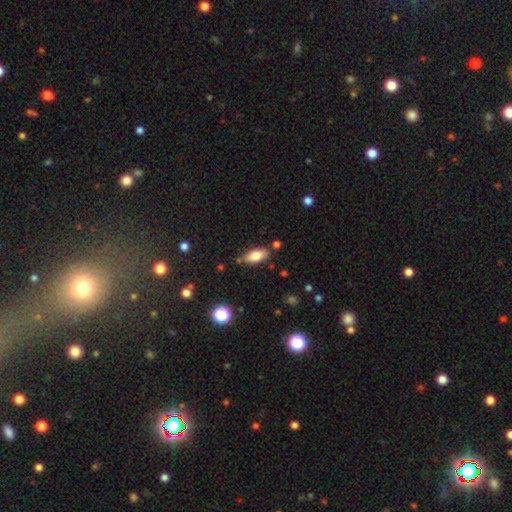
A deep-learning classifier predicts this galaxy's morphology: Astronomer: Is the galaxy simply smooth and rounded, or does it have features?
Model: smooth — 75%.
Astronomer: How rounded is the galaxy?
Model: in between — 84%.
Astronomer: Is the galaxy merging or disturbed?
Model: none — 79%.